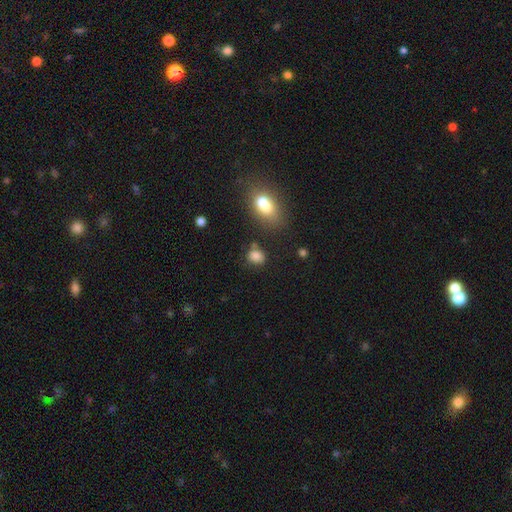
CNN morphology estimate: type=smooth (81%); roundness=round (51%); merging=none (65%).